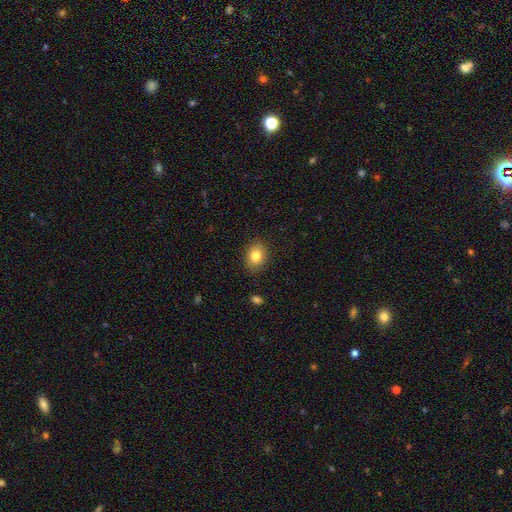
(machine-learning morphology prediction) Smooth or featured? Predicted: smooth (p=0.81). How rounded? Predicted: in between (p=0.59). Merging? Predicted: none (p=0.87).